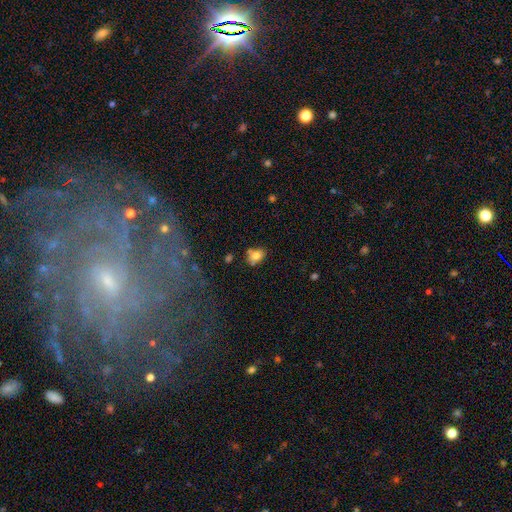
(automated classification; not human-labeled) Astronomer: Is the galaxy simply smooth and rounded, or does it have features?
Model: smooth — 76%.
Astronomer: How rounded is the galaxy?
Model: in between — 61% (runner-up: round, 38%).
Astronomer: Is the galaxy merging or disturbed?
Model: none — 59%.